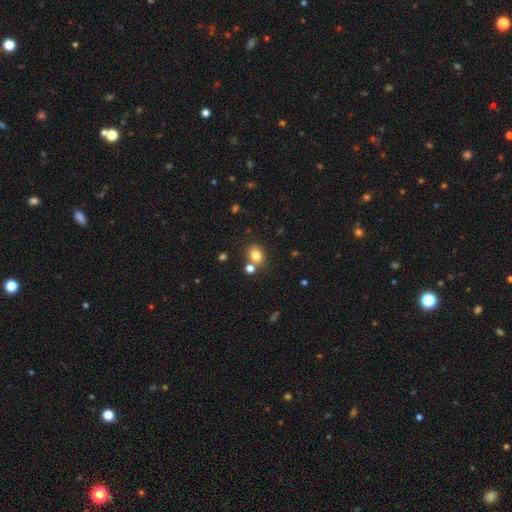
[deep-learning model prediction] Q: Smooth or featured?
A: smooth (81%); runner-up: star or artifact (12%)
Q: How rounded?
A: in between (60%); runner-up: round (39%)
Q: Merging?
A: none (68%); runner-up: merger (18%)